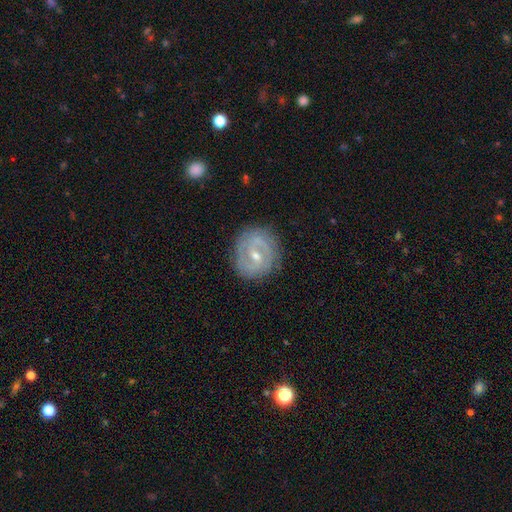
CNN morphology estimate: featured or disk 75%, smooth 18%, star or artifact 6%. Down the decision tree: edge-on disk — no (96%); bar — weak (52%); spiral arms — yes (78%); spiral arm count — 2 (61%); spiral winding — tight (57%); bulge size — moderate (51%); merging — none (81%).